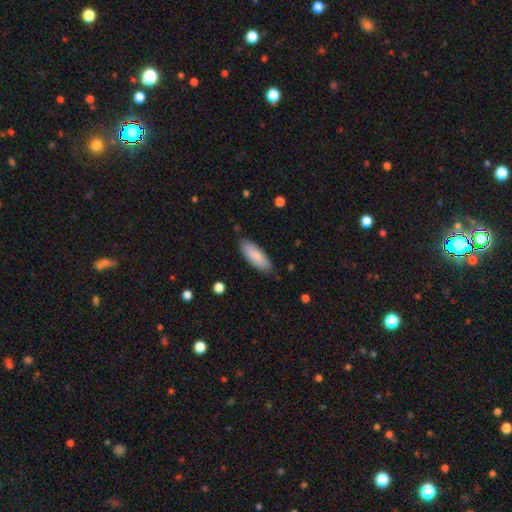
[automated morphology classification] A smooth galaxy with no disk features (86%) that is in between round and cigar-shaped (72%). Merging: none (83%).